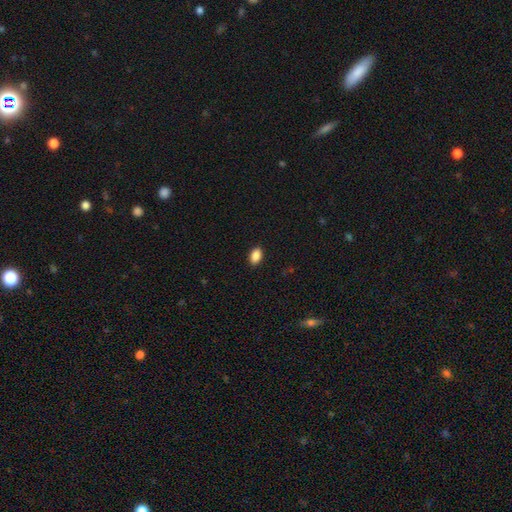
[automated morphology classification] The model was most divided on "how rounded": in between: 89%, round: 9%, cigar-shaped: 2%. More confident: merging — none (89%); smooth or featured — smooth (89%).